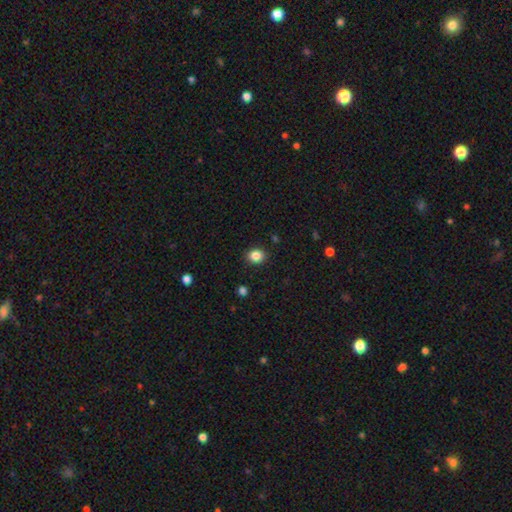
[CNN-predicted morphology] This is clearly a smooth galaxy (85%). How rounded: likely round (66%). Merging: clearly none (90%).